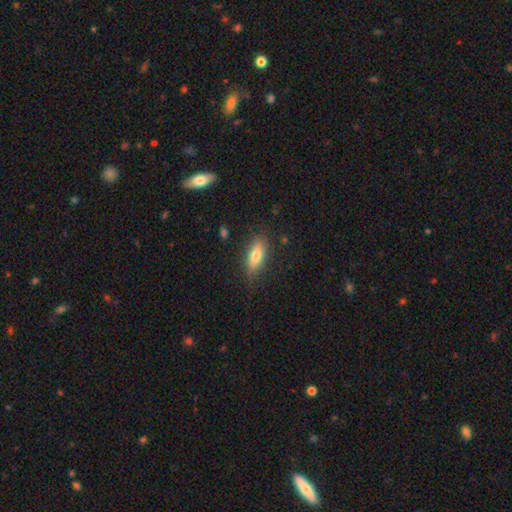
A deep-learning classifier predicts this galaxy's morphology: Smooth or featured: smooth — 73% (featured or disk — 20%)
How rounded: in between — 70% (cigar-shaped — 27%)
Merging: none — 81% (minor disturbance — 14%)